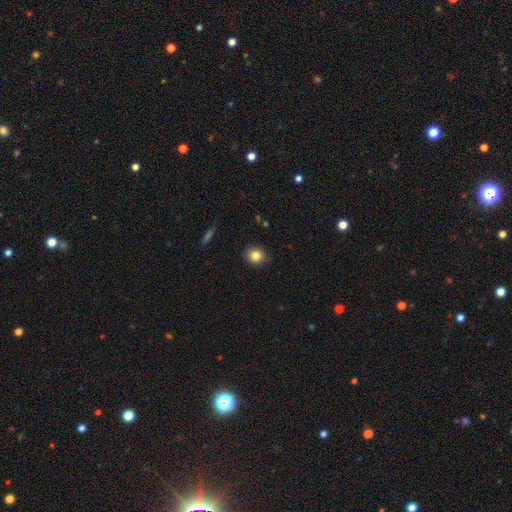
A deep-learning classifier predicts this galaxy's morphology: smooth 83%, star or artifact 10%, featured or disk 7%. Down the decision tree: how rounded — round (82%); merging — none (90%).